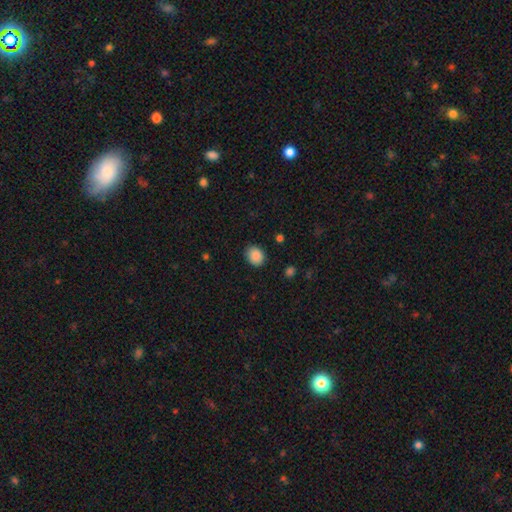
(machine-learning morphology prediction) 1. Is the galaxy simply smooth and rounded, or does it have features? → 88% smooth, 9% star or artifact, 3% featured or disk.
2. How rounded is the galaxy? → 52% round, 47% in between, 1% cigar-shaped.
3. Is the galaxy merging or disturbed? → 87% none, 10% minor disturbance, 3% major disturbance, 1% merger.